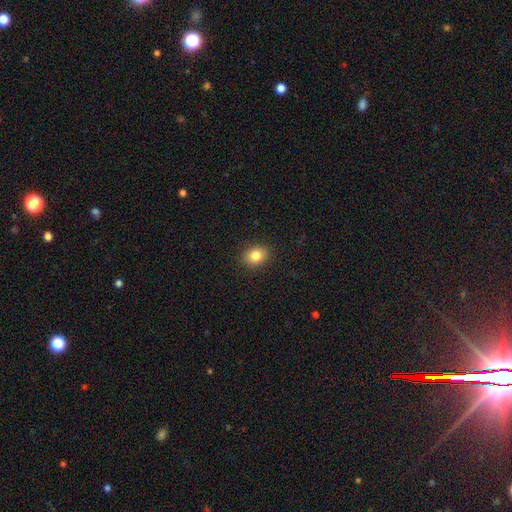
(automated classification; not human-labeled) Q: Smooth or featured?
A: smooth (83%); runner-up: star or artifact (10%)
Q: How rounded?
A: in between (52%); runner-up: round (47%)
Q: Merging?
A: none (90%); runner-up: minor disturbance (7%)